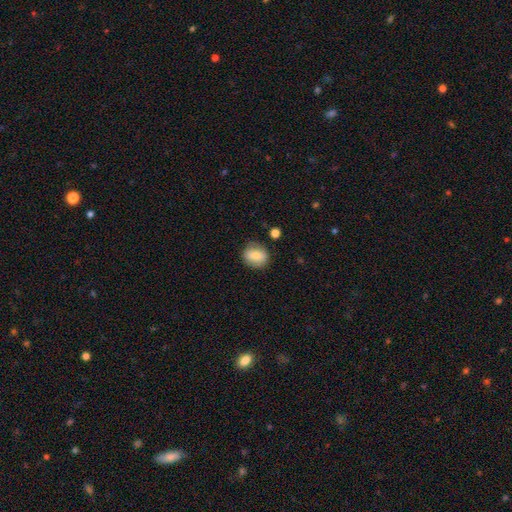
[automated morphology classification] Q: Smooth or featured?
A: smooth (77%); runner-up: featured or disk (15%)
Q: How rounded?
A: round (69%); runner-up: in between (30%)
Q: Merging?
A: none (80%); runner-up: minor disturbance (14%)